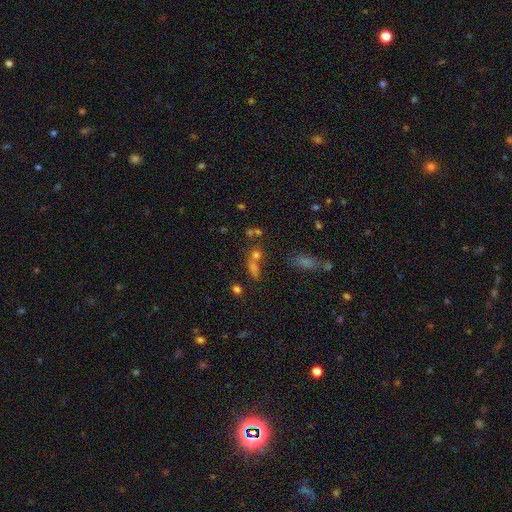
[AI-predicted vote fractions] Smooth or featured? smooth (50%)
Merging? none (50%)